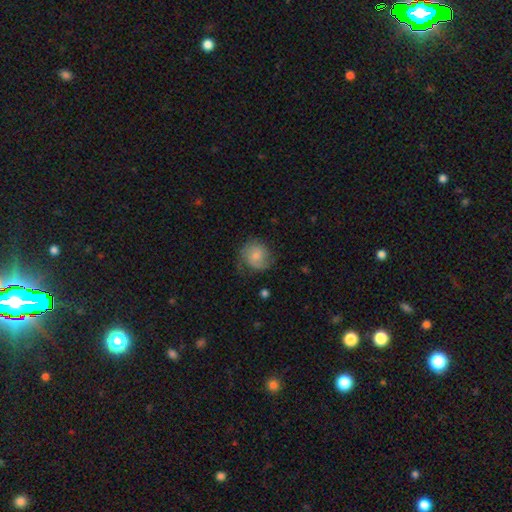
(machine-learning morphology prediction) smooth_or_featured: smooth (p=0.59) [alt: featured or disk p=0.33]
how_rounded: round (p=0.81) [alt: in between p=0.18]
merging: none (p=0.60) [alt: minor disturbance p=0.26]